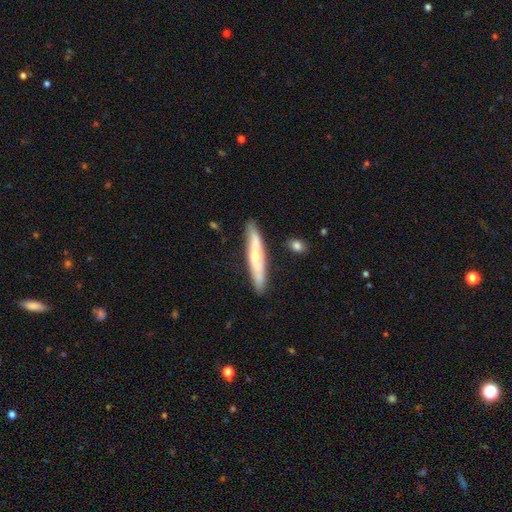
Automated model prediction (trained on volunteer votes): Smooth or featured? Predicted: featured or disk (p=0.50). Edge-on disk? Predicted: yes (p=0.77). Merging? Predicted: none (p=0.85).